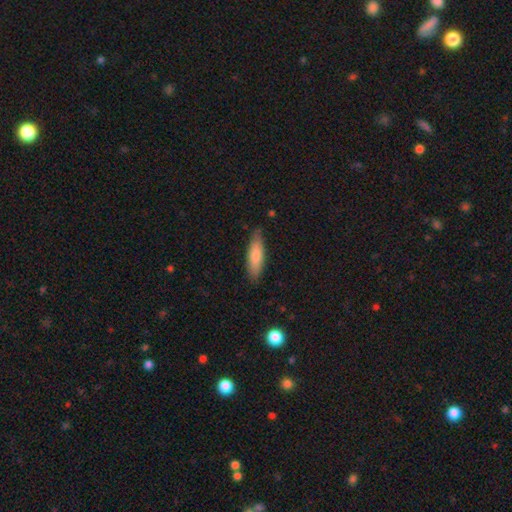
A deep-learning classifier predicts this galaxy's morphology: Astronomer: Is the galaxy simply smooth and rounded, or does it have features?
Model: smooth — 79%.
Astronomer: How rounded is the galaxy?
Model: cigar-shaped — 53% (runner-up: in between, 46%).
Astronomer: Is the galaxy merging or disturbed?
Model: none — 82%.